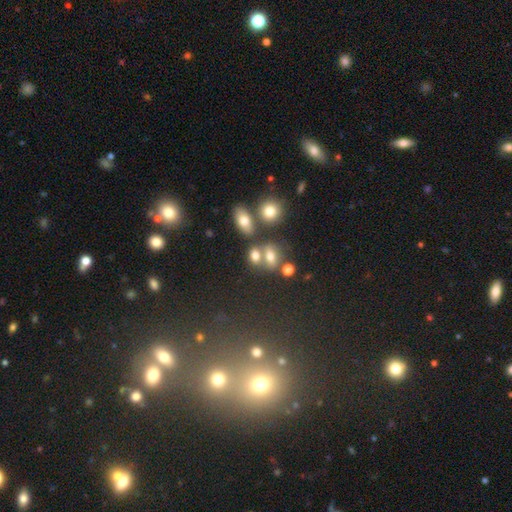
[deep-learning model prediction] Smooth or featured? smooth (68%)
How rounded? in between (70%)
Merging? none (45%)